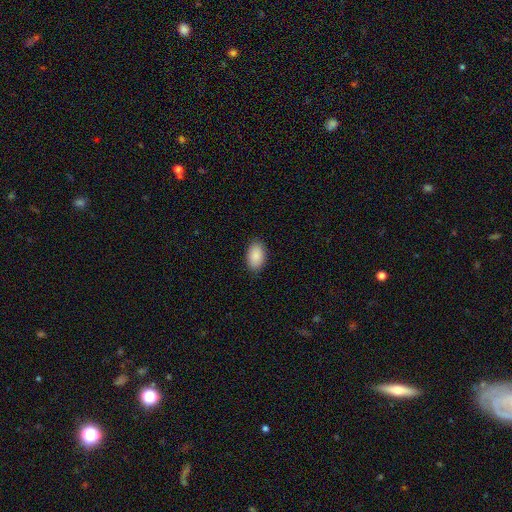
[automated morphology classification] Smooth or featured?
  - smooth: 89% *
  - star or artifact: 6%
  - featured or disk: 5%
How rounded?
  - in between: 93% *
  - round: 6%
  - cigar-shaped: 1%
Merging?
  - none: 87% *
  - minor disturbance: 10%
  - major disturbance: 2%
  - merger: 1%